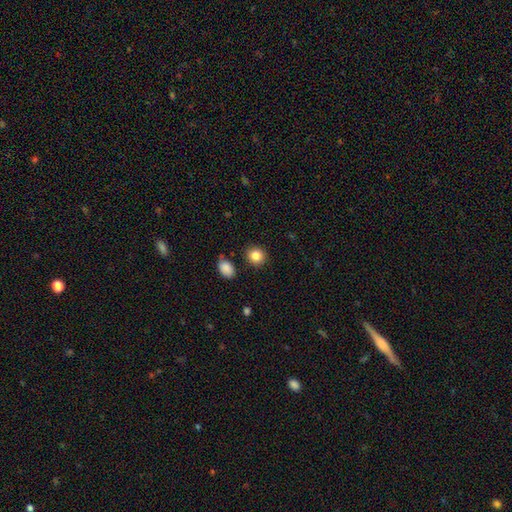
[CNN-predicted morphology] smooth-or-featured: smooth: 85% | star or artifact: 10% | featured or disk: 5%
  how-rounded: round: 78% | in between: 21% | cigar-shaped: 1%
  merging: none: 86% | minor disturbance: 9% | merger: 3% | major disturbance: 3%